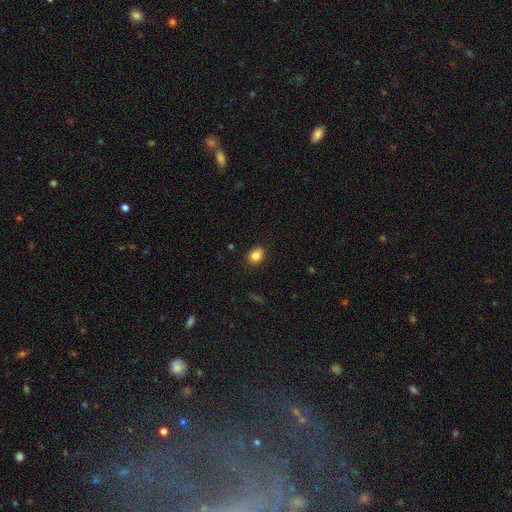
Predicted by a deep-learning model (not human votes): A smooth galaxy with no disk features (83%) that is round (54%). Merging: none (84%).